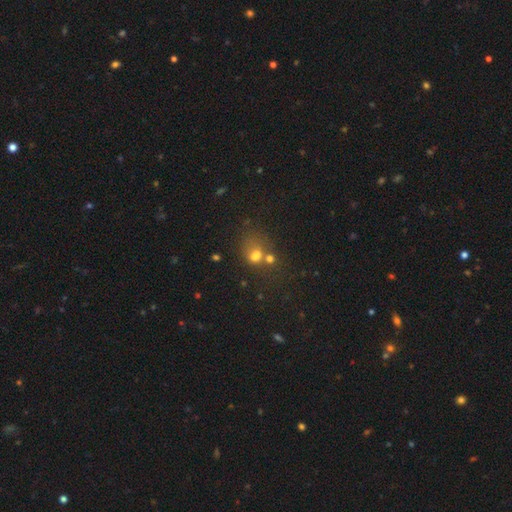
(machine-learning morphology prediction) The model was most divided on "how rounded": round: 51%, in between: 48%, cigar-shaped: 1%. Remaining: smooth or featured — smooth (64%); merging — merger (44%).